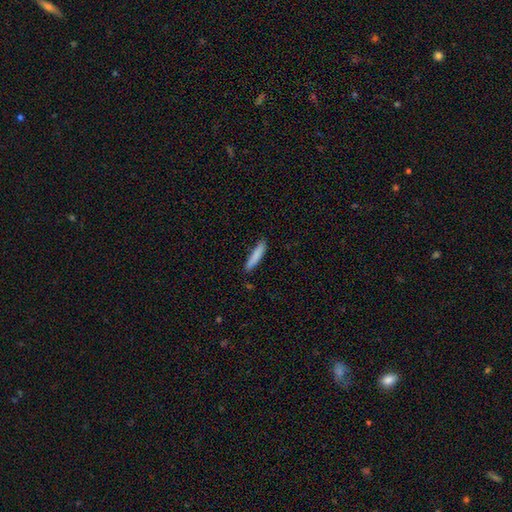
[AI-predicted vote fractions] Morphology: type=smooth (84%); roundness=cigar-shaped (88%); merging=none (84%).